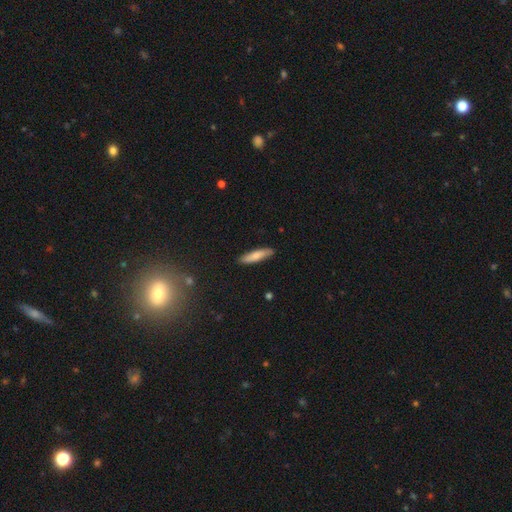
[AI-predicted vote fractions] Smooth or featured: smooth — 77% (featured or disk — 18%)
How rounded: cigar-shaped — 79% (in between — 19%)
Merging: none — 88% (minor disturbance — 9%)